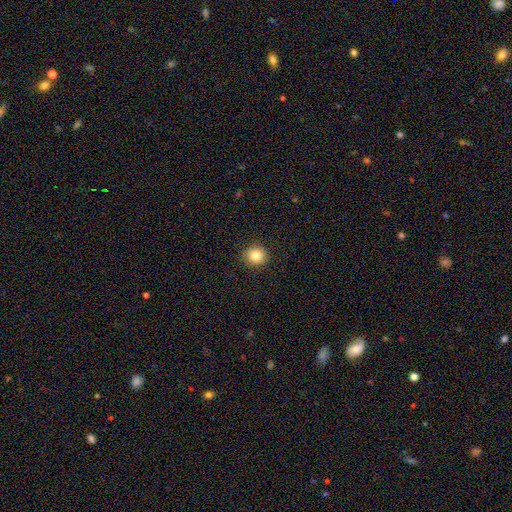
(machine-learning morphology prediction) Smooth or featured? Predicted: smooth (p=0.84). How rounded? Predicted: round (p=0.85). Merging? Predicted: none (p=0.91).